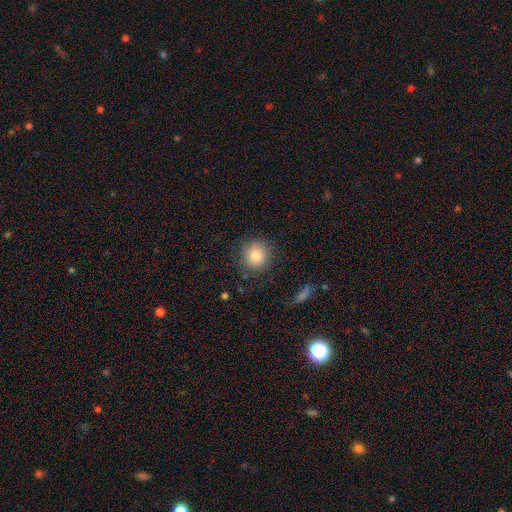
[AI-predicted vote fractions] Overall: smooth (83%). How rounded: round (88%). Merging: none (84%).